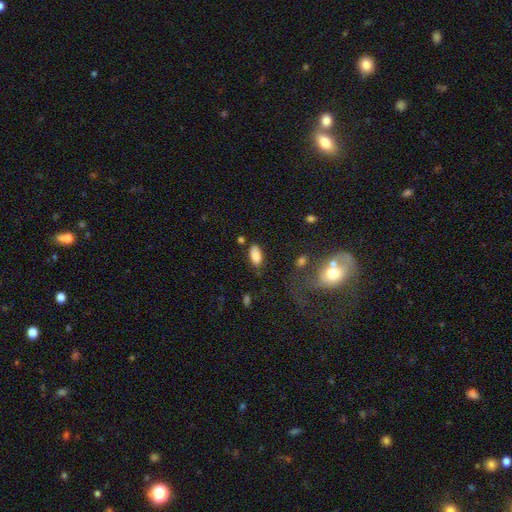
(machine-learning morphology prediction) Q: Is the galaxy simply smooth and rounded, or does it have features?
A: smooth — 85%.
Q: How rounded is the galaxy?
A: in between — 91%.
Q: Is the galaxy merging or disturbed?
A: none — 77%.